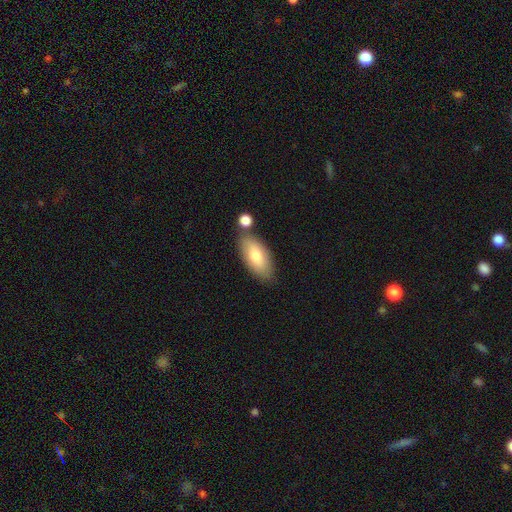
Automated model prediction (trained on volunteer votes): Smooth or featured? smooth (74%)
How rounded? in between (89%)
Merging? none (72%)